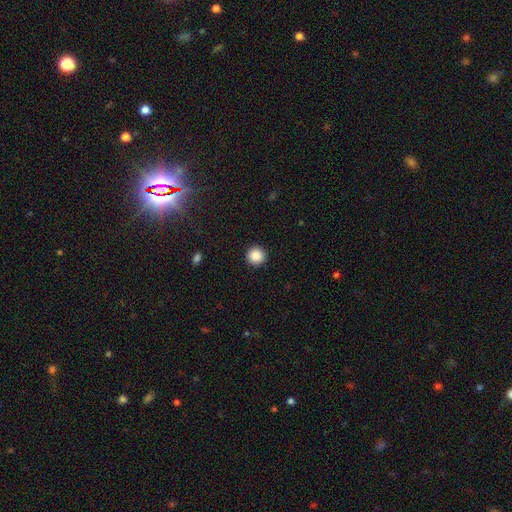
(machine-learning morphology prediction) smooth_or_featured: smooth (p=0.88) [alt: star or artifact p=0.09]
how_rounded: round (p=0.96) [alt: in between p=0.03]
merging: none (p=0.93) [alt: minor disturbance p=0.04]